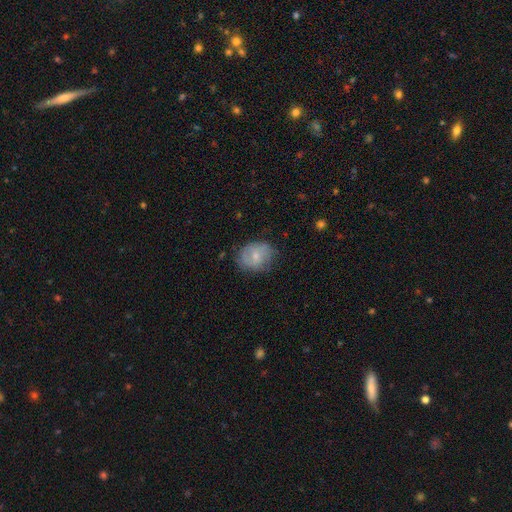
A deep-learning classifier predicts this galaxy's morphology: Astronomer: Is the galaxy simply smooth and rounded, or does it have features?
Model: smooth — 61%.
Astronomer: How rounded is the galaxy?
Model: round — 57% (runner-up: in between, 42%).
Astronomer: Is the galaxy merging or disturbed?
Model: none — 66%.